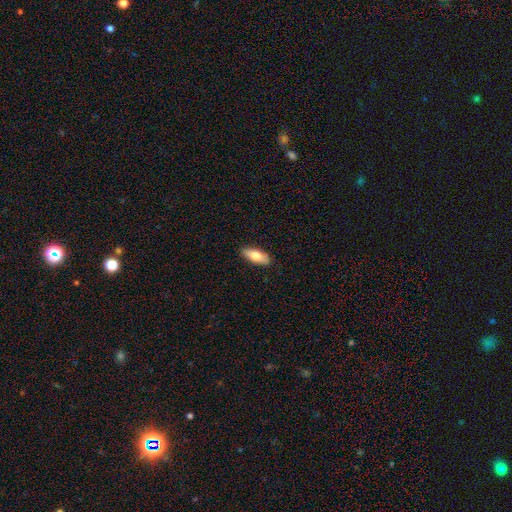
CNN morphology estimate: The model was most divided on "how rounded": in between: 73%, cigar-shaped: 25%, round: 2%. More confident: merging — none (88%); smooth or featured — smooth (76%).